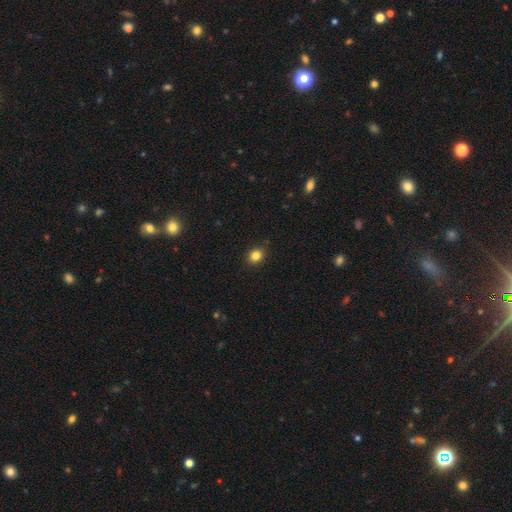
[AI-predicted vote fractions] Smooth or featured?
  - smooth: 84% *
  - star or artifact: 11%
  - featured or disk: 5%
How rounded?
  - round: 65% *
  - in between: 34%
  - cigar-shaped: 1%
Merging?
  - none: 89% *
  - minor disturbance: 8%
  - major disturbance: 2%
  - merger: 1%